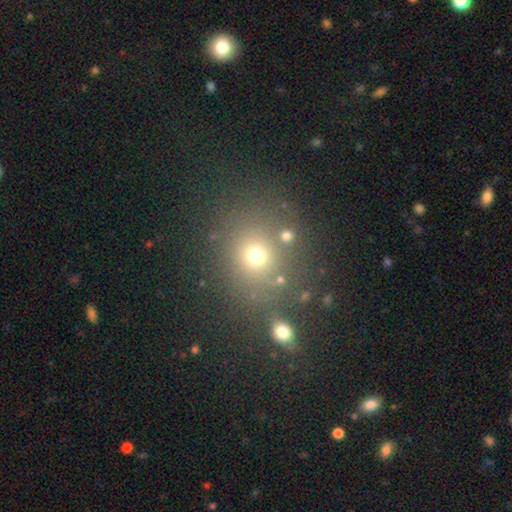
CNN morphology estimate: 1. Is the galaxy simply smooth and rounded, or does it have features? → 68% smooth, 21% star or artifact, 10% featured or disk.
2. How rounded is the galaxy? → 78% round, 21% in between, 1% cigar-shaped.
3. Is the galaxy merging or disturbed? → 73% none, 11% minor disturbance, 10% merger, 6% major disturbance.